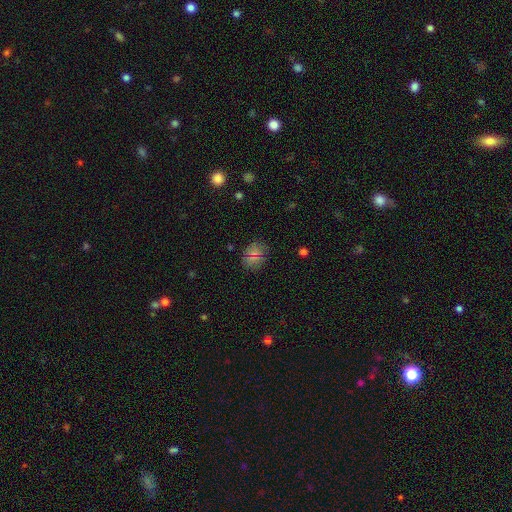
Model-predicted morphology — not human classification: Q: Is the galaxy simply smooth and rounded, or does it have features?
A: smooth — 64%.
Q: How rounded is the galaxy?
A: in between — 49%, tied with round.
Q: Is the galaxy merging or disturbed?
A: none — 81%.